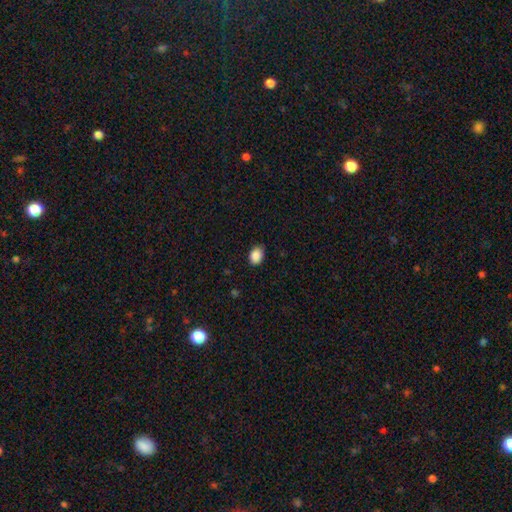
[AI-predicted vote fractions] A smooth galaxy with no disk features (88%) that is in between round and cigar-shaped (70%). Merging: none (83%).